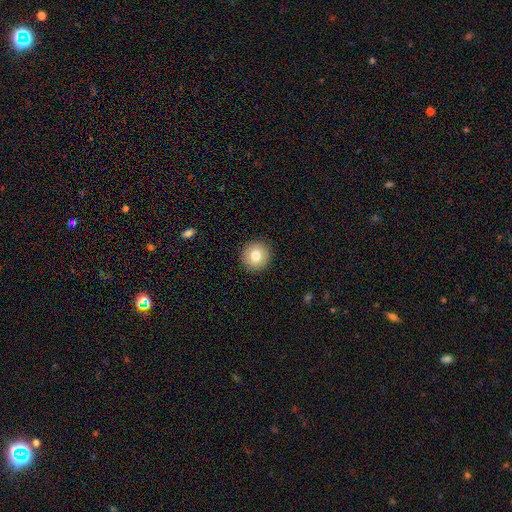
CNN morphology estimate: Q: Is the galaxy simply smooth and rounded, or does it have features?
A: smooth — 78%.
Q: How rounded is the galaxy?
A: round — 95%.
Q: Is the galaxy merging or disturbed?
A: none — 92%.